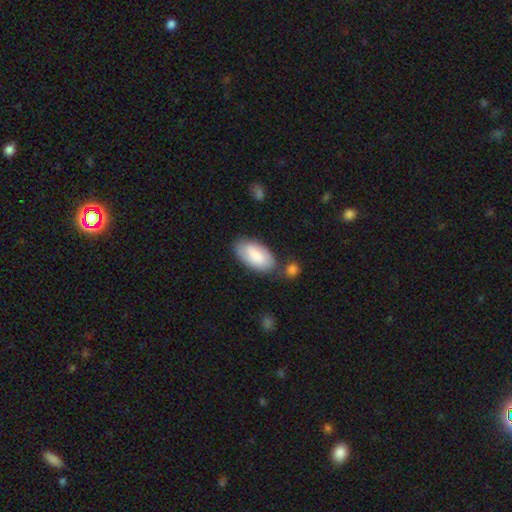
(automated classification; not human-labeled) smooth 72%, featured or disk 22%, star or artifact 6%. Down the decision tree: how rounded — in between (93%); merging — none (67%).